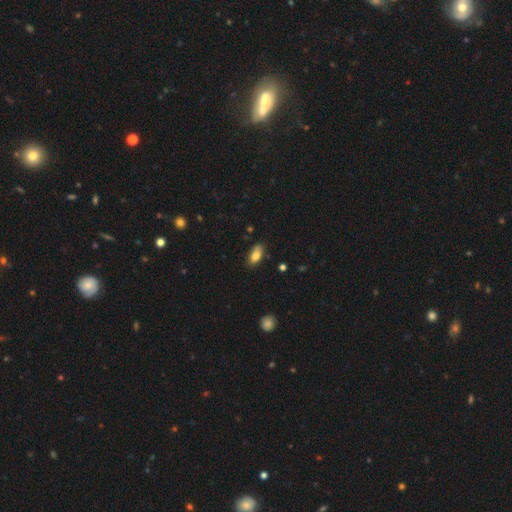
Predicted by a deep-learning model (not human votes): Smooth or featured? Predicted: smooth (p=0.79). How rounded? Predicted: in between (p=0.88). Merging? Predicted: none (p=0.77).